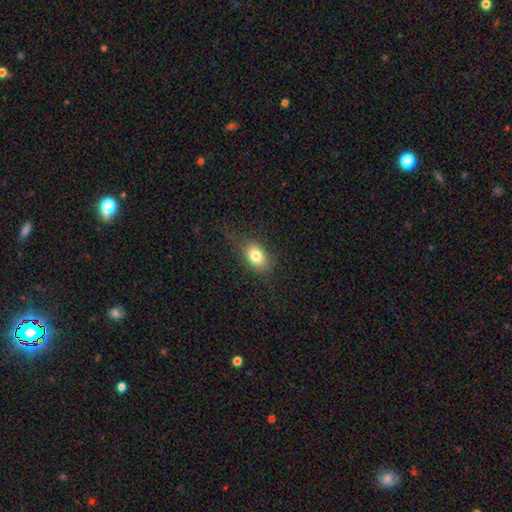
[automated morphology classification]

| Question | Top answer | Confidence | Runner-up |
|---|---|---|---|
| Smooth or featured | smooth | 78% | featured or disk (12%) |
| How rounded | in between | 77% | round (20%) |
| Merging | none | 64% | minor disturbance (21%) |